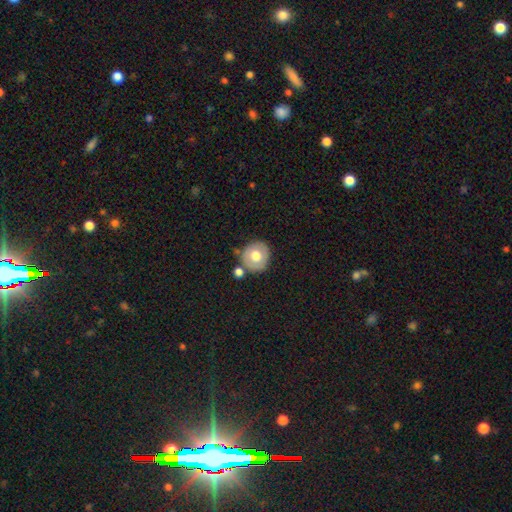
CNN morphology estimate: This is likely a smooth galaxy (61%). How rounded: clearly round (84%). Merging: likely none (74%).